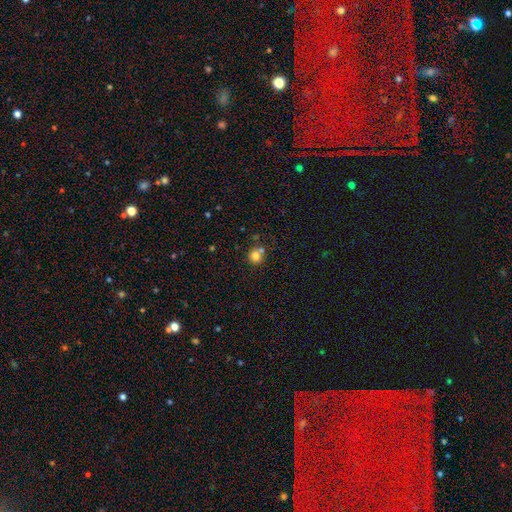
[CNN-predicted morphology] Q: Smooth or featured?
A: smooth (78%); runner-up: star or artifact (13%)
Q: How rounded?
A: round (89%); runner-up: in between (10%)
Q: Merging?
A: none (58%); runner-up: merger (30%)